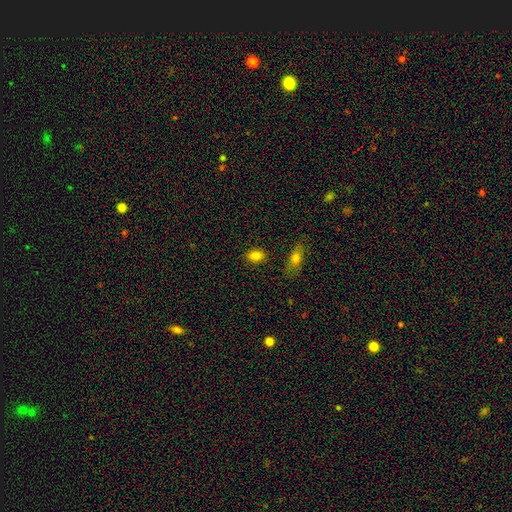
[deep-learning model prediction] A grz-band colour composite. It shows a smooth galaxy with no disk features (83%) that is in between round and cigar-shaped (75%). Merging: none (86%).